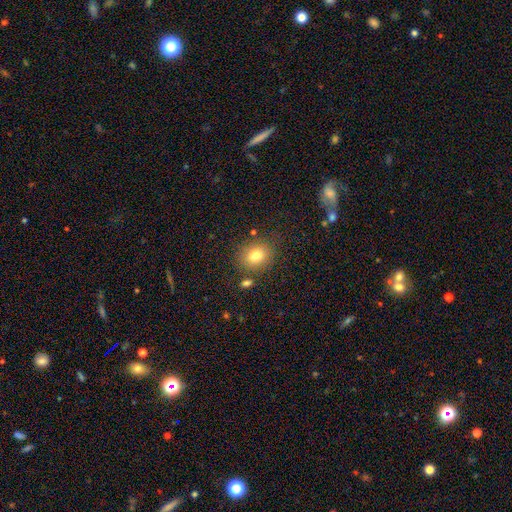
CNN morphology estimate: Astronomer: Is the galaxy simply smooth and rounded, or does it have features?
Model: smooth — 79%.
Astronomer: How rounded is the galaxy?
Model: round — 64%.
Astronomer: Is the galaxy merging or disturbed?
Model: none — 79%.